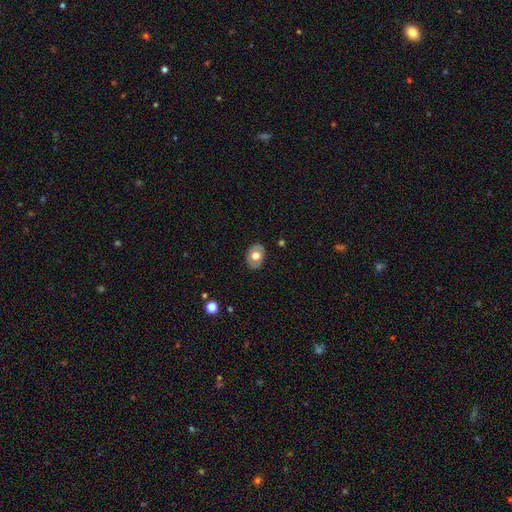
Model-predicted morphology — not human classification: Q: Smooth or featured?
A: smooth (59%); runner-up: featured or disk (34%)
Q: How rounded?
A: in between (67%); runner-up: round (32%)
Q: Merging?
A: none (85%); runner-up: minor disturbance (11%)